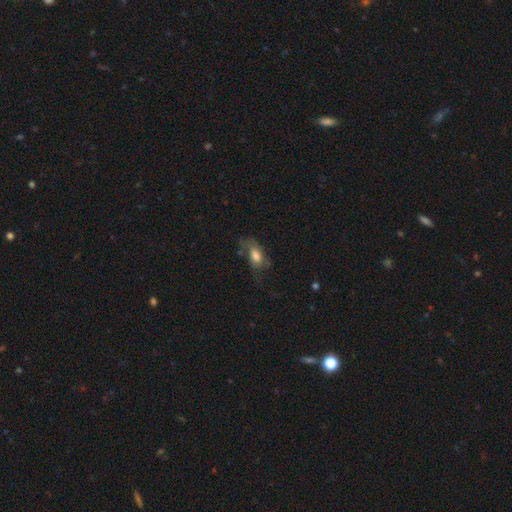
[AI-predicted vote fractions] Q: Smooth or featured?
A: smooth (66%); runner-up: featured or disk (25%)
Q: How rounded?
A: in between (85%); runner-up: cigar-shaped (7%)
Q: Merging?
A: none (40%); runner-up: major disturbance (29%)